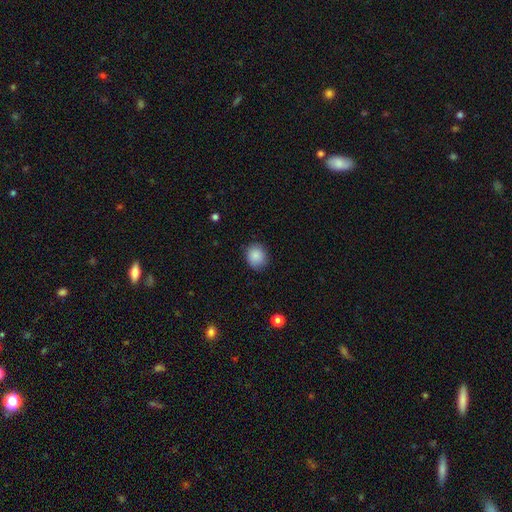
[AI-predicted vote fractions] smooth_or_featured: smooth (p=0.88) [alt: star or artifact p=0.08]
how_rounded: round (p=0.73) [alt: in between p=0.26]
merging: none (p=0.84) [alt: minor disturbance p=0.13]